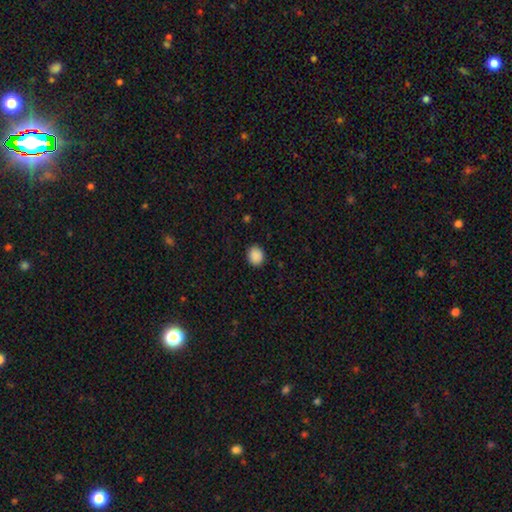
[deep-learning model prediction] Smooth or featured? smooth (89%)
How rounded? round (68%)
Merging? none (90%)